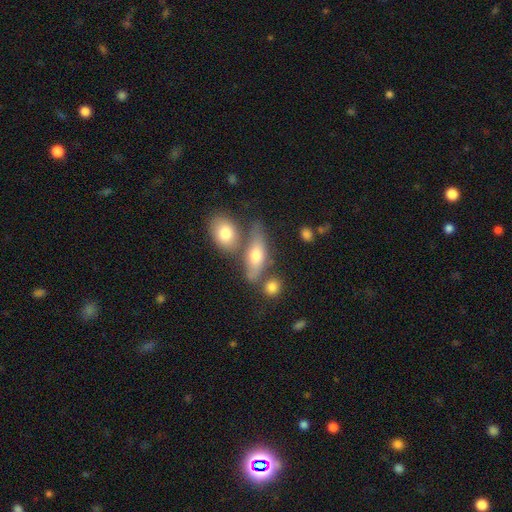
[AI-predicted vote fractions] Smooth or featured: smooth — 60% (featured or disk — 32%)
How rounded: in between — 63% (cigar-shaped — 31%)
Merging: none — 51% (merger — 28%)